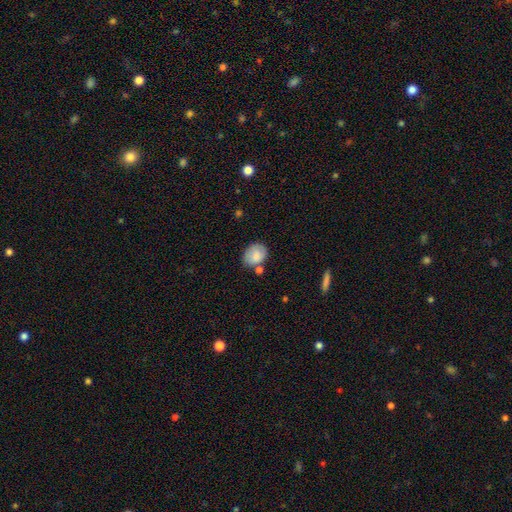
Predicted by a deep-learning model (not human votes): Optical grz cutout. It shows a smooth galaxy with no disk features (80%) that is in between round and cigar-shaped (57%). Merging: none (60%).